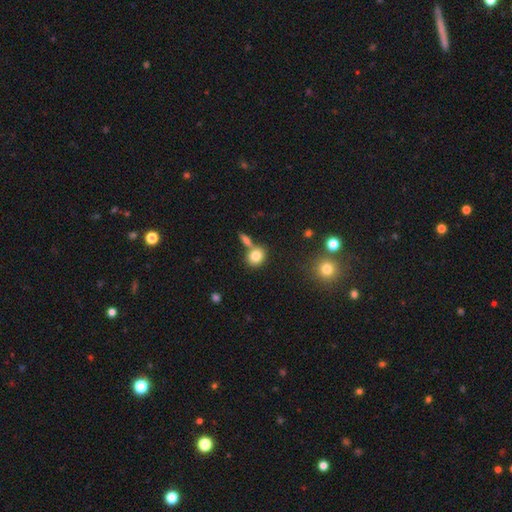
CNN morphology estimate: Smooth or featured? Predicted: smooth (p=0.81). How rounded? Predicted: round (p=0.61). Merging? Predicted: none (p=0.57).